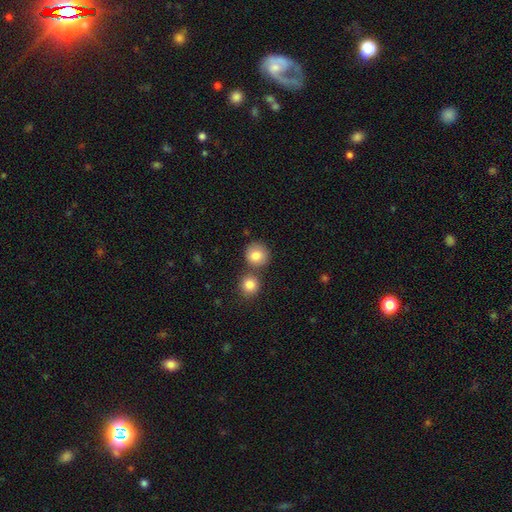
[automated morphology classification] Smooth or featured? Predicted: smooth (p=0.84). How rounded? Predicted: round (p=0.90). Merging? Predicted: none (p=0.67).